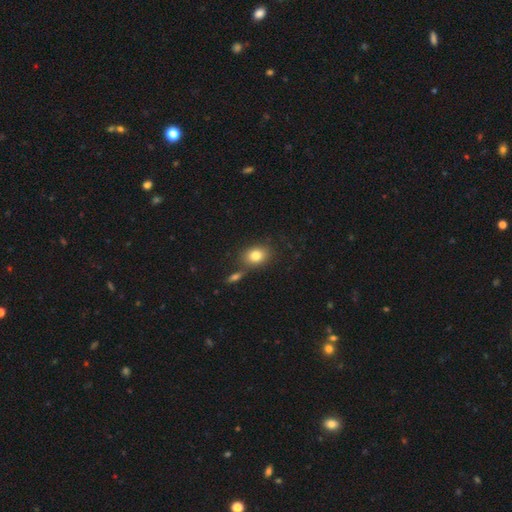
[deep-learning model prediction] Smooth or featured?
  - smooth: 81% *
  - star or artifact: 9%
  - featured or disk: 9%
How rounded?
  - in between: 61% *
  - round: 38%
  - cigar-shaped: 1%
Merging?
  - none: 68% *
  - merger: 16%
  - minor disturbance: 13%
  - major disturbance: 4%